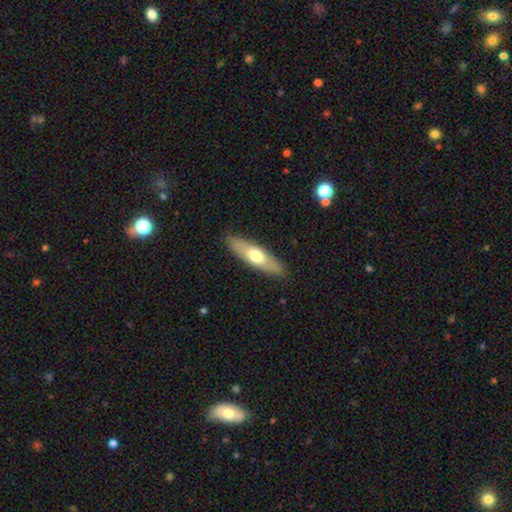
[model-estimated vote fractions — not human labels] smooth 57%, featured or disk 38%, star or artifact 5%. Down the decision tree: how rounded — cigar-shaped (60%); merging — none (89%).